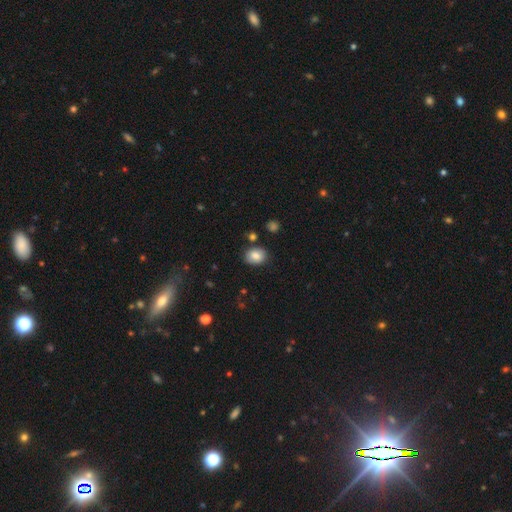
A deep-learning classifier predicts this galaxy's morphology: Smooth or featured? smooth (84%)
How rounded? in between (51%)
Merging? none (81%)